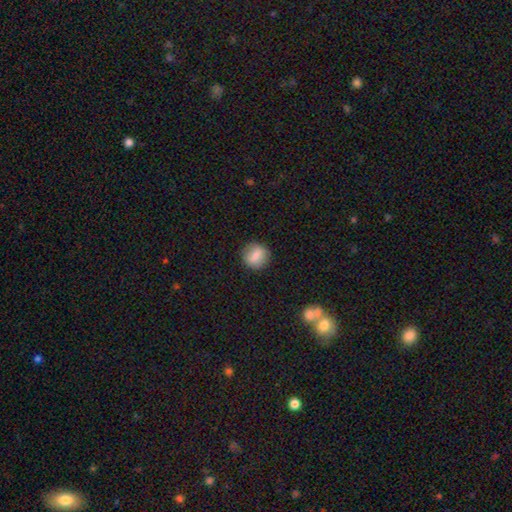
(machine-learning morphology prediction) A smooth galaxy with no disk features (78%) that is round (89%). Merging: none (88%).